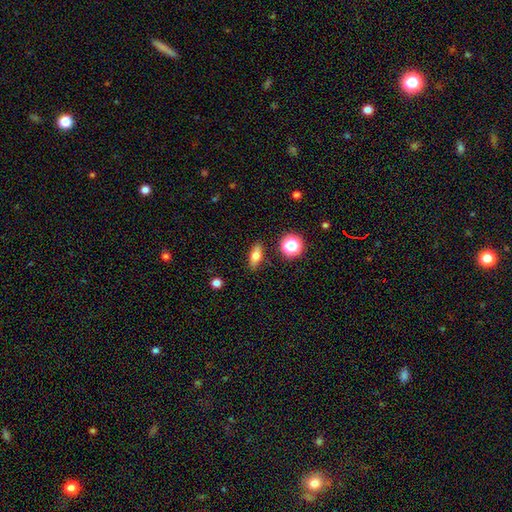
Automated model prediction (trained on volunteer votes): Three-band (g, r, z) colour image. It shows a smooth galaxy with no disk features (71%) that is in between round and cigar-shaped (68%). Merging: none (86%).